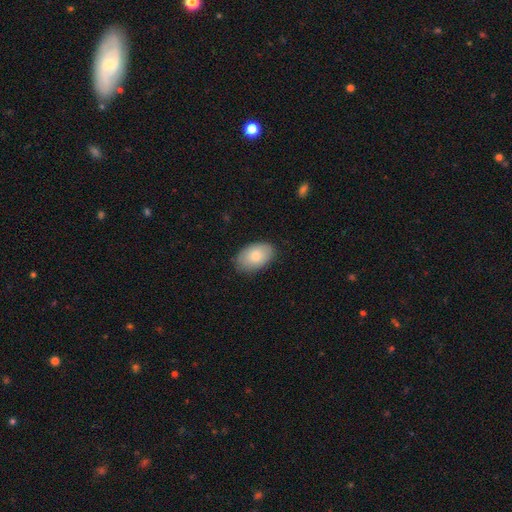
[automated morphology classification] smooth-or-featured: smooth: 81% | featured or disk: 13% | star or artifact: 6%
  how-rounded: in between: 92% | round: 7% | cigar-shaped: 1%
  merging: none: 83% | minor disturbance: 14% | major disturbance: 2% | merger: 1%